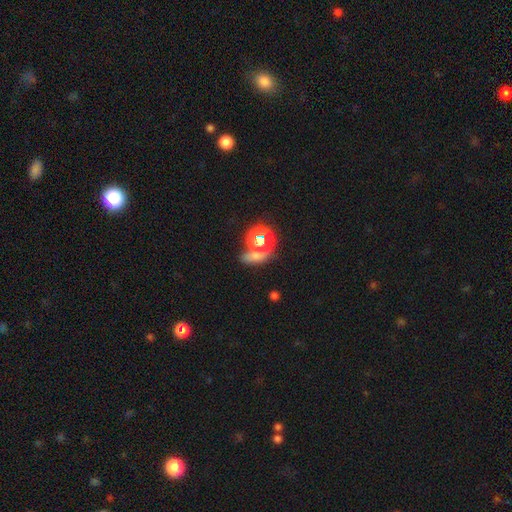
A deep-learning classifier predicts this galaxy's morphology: Smooth or featured: smooth — 55% (star or artifact — 33%)
How rounded: in between — 47% (round — 42%)
Merging: none — 50% (merger — 31%)